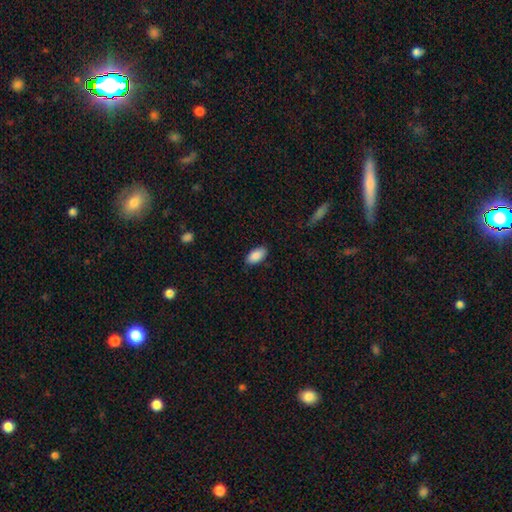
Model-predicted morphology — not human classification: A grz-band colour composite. It shows a smooth galaxy with no disk features (89%) that is in between round and cigar-shaped (94%). Merging: none (84%).